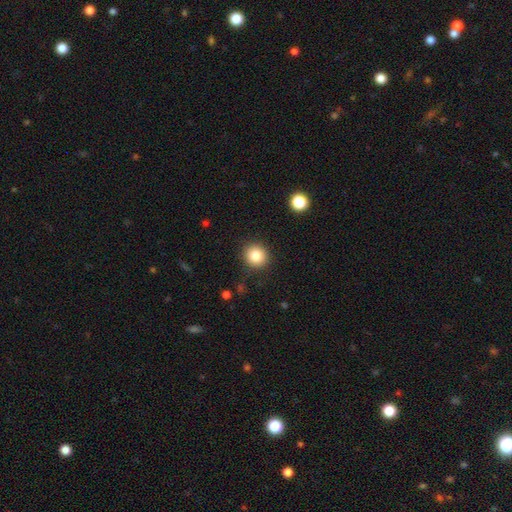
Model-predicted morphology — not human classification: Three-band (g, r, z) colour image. It shows a smooth galaxy with no disk features (84%) that is round (91%). Merging: none (90%).